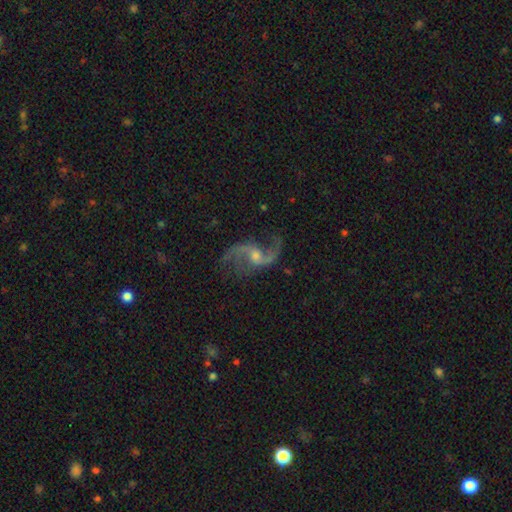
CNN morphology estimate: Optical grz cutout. It shows a featured or disk galaxy (90%) with no bar (50%), 2 (92%) loose (81%) spiral arms (97%) and a moderate central bulge (46%). Merging: none (73%).